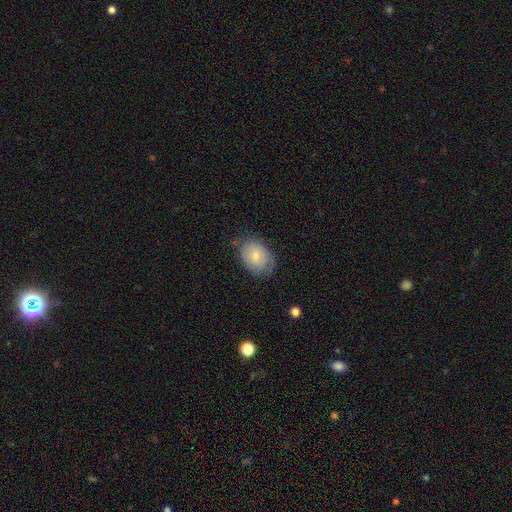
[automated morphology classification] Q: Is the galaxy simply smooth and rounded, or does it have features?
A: smooth — 64%.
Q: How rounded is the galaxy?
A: in between — 75%.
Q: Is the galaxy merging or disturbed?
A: none — 65%.